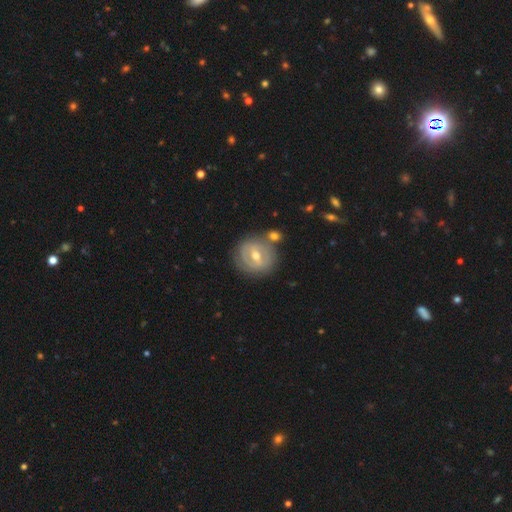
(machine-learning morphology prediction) type=featured or disk (72%); edge-on=no (95%); bar=weak (49%); spiral arms=yes (65%); bulge=moderate (70%); merging=none (74%).